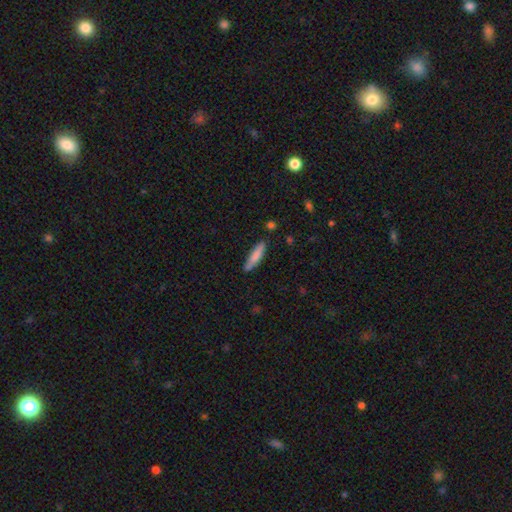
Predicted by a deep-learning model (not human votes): This appears to be a smooth galaxy with no disk features (77%) that is cigar-shaped (84%). Merging: none (81%).